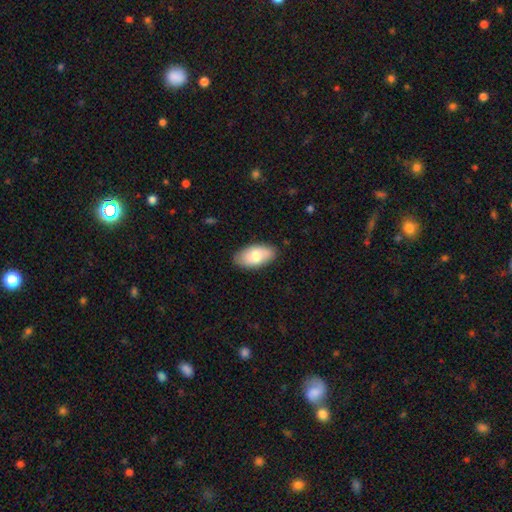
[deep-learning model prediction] Q: Smooth or featured?
A: smooth (72%); runner-up: featured or disk (22%)
Q: How rounded?
A: in between (94%); runner-up: round (3%)
Q: Merging?
A: none (84%); runner-up: minor disturbance (13%)